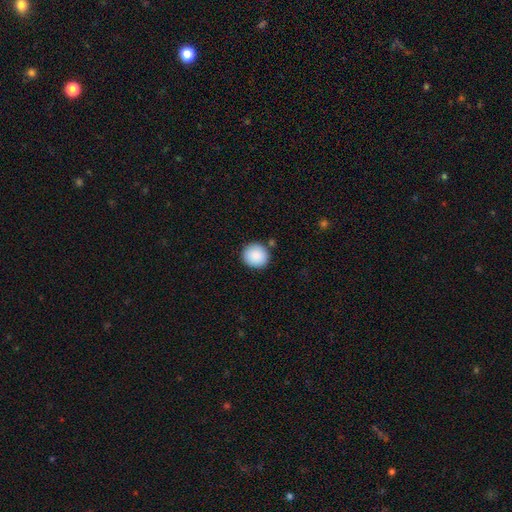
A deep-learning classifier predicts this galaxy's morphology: Overall: smooth (89%). How rounded: round (90%). Merging: none (87%).